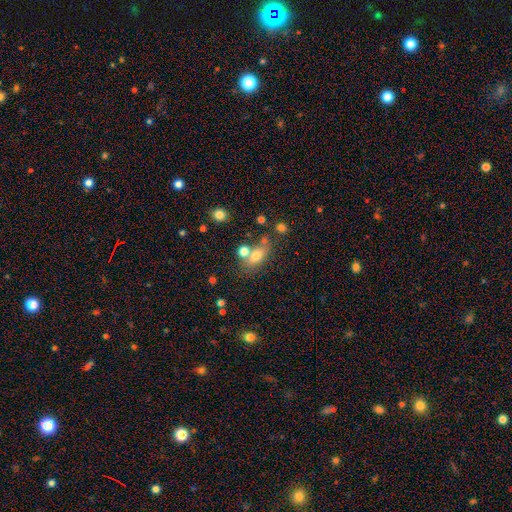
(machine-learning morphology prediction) A smooth galaxy with no disk features (70%) that is in between round and cigar-shaped (74%). Merging: none (52%).